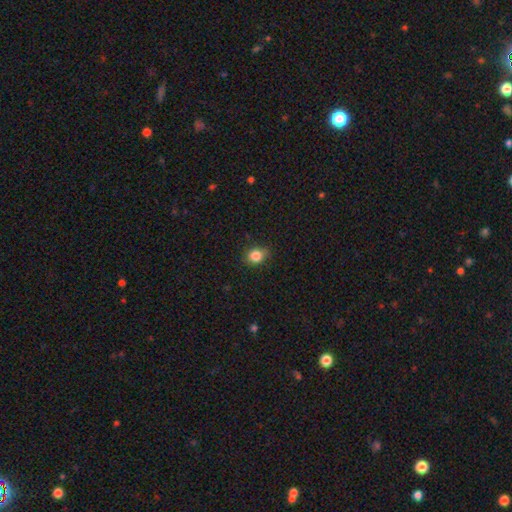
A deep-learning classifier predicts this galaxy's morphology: smooth_or_featured: smooth (p=0.84) [alt: star or artifact p=0.11]
how_rounded: round (p=0.60) [alt: in between p=0.39]
merging: none (p=0.82) [alt: minor disturbance p=0.14]